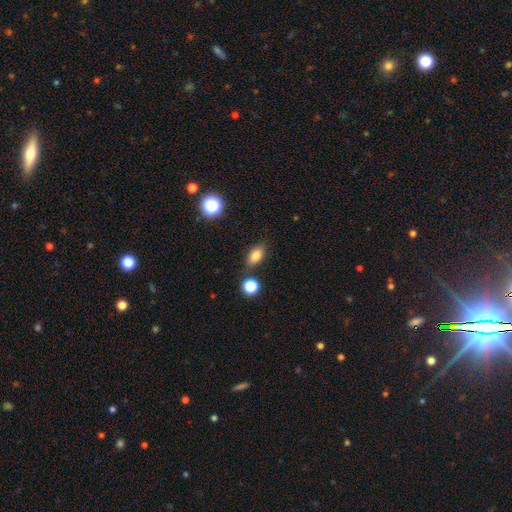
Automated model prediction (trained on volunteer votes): Overall: smooth (81%). How rounded: in between (84%). Merging: none (79%).